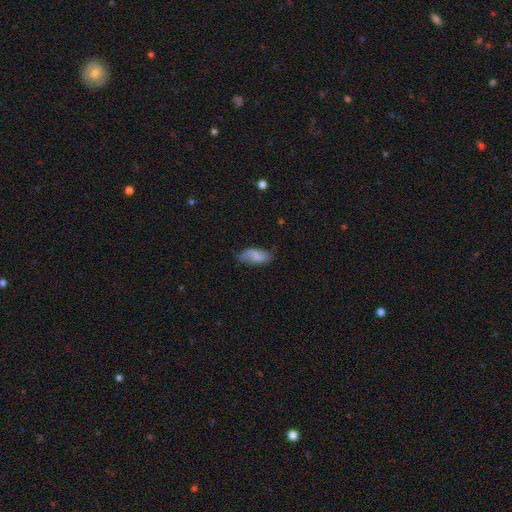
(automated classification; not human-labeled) Q: Smooth or featured?
A: smooth (70%); runner-up: featured or disk (23%)
Q: How rounded?
A: in between (88%); runner-up: cigar-shaped (9%)
Q: Merging?
A: none (60%); runner-up: minor disturbance (30%)